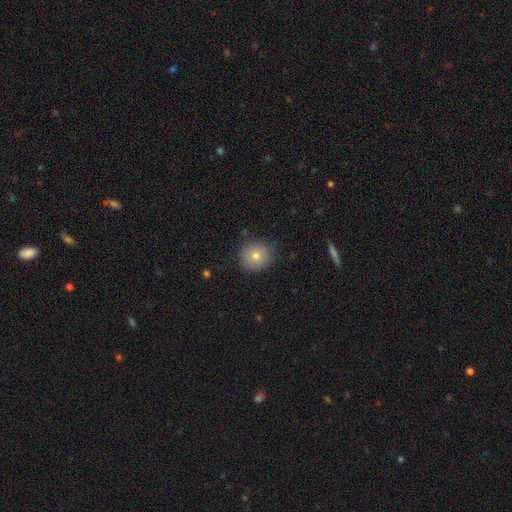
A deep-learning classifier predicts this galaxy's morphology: Q: Smooth or featured?
A: smooth (75%); runner-up: featured or disk (13%)
Q: How rounded?
A: round (84%); runner-up: in between (15%)
Q: Merging?
A: none (85%); runner-up: minor disturbance (11%)